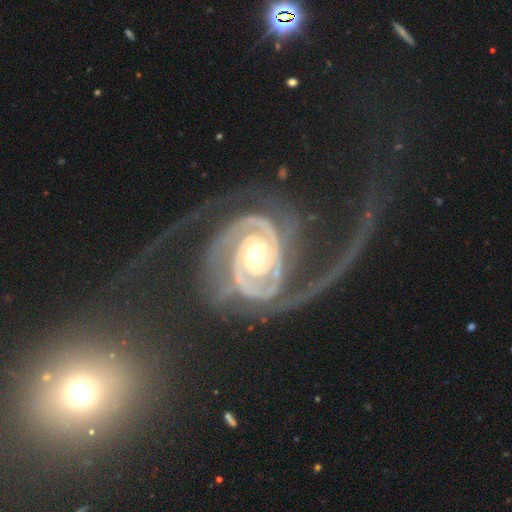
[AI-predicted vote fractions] A featured or disk galaxy (93%) with no bar (44%), 2 (76%) tight (50%) spiral arms (98%) and a moderate central bulge (71%). Merging: major disturbance (42%).